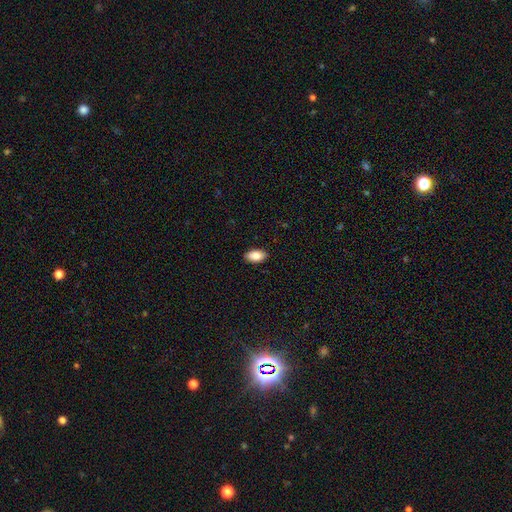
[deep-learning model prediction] smooth_or_featured: smooth (p=0.87) [alt: star or artifact p=0.07]
how_rounded: in between (p=0.94) [alt: round p=0.04]
merging: none (p=0.90) [alt: minor disturbance p=0.08]